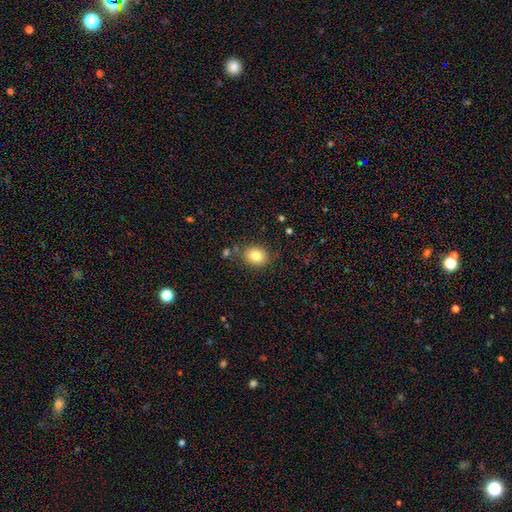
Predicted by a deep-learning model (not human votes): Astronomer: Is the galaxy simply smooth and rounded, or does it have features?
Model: smooth — 82%.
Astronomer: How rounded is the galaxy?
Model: round — 56% (runner-up: in between, 43%).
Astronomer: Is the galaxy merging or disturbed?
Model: none — 81%.